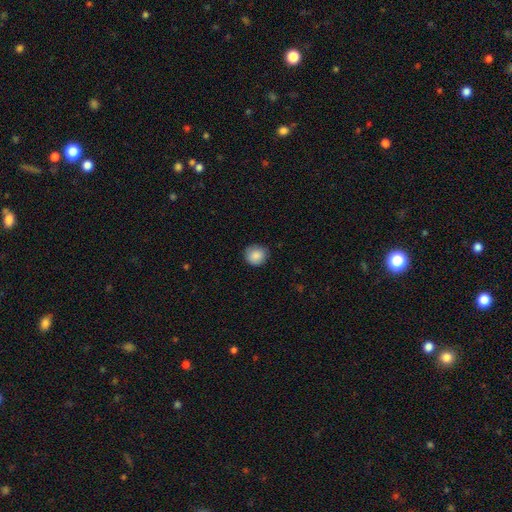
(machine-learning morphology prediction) type=smooth (87%); roundness=round (88%); merging=none (83%).